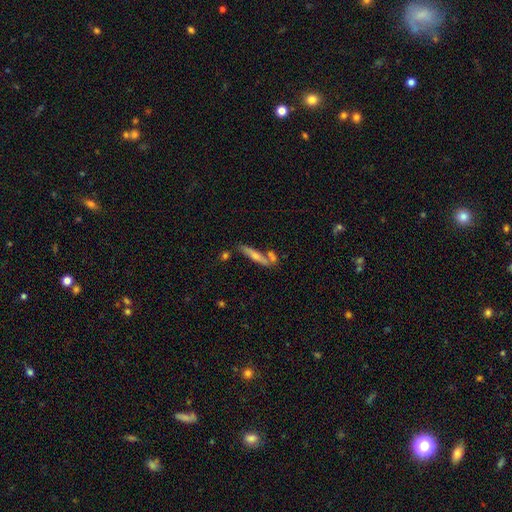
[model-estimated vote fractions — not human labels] Overall: smooth (49%; featured or disk 44%). Merging: none (60%; merger 20%).